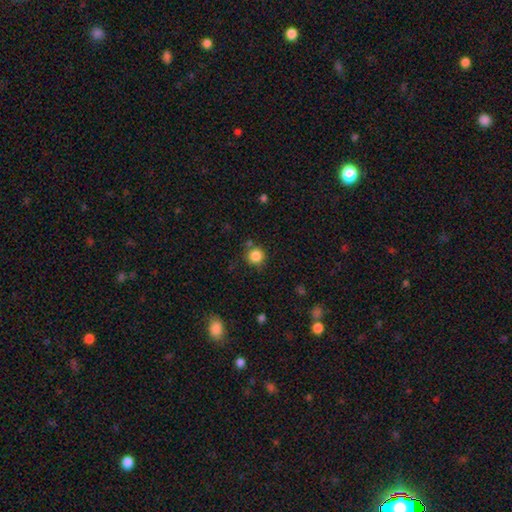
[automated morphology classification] Q: Smooth or featured?
A: smooth (85%); runner-up: star or artifact (11%)
Q: How rounded?
A: round (93%); runner-up: in between (6%)
Q: Merging?
A: none (78%); runner-up: minor disturbance (11%)